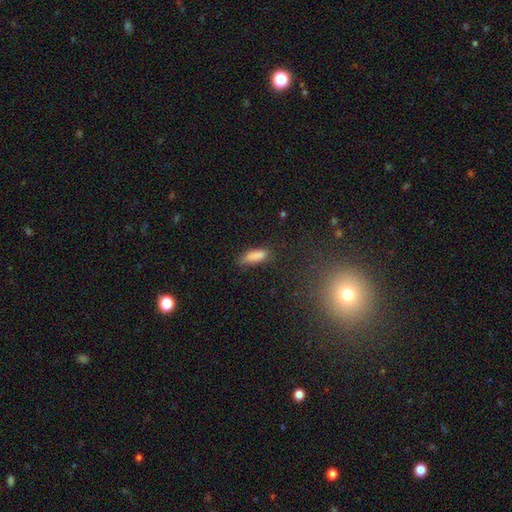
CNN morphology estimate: Smooth or featured: smooth — 85% (star or artifact — 9%)
How rounded: in between — 62% (cigar-shaped — 36%)
Merging: none — 62% (minor disturbance — 28%)